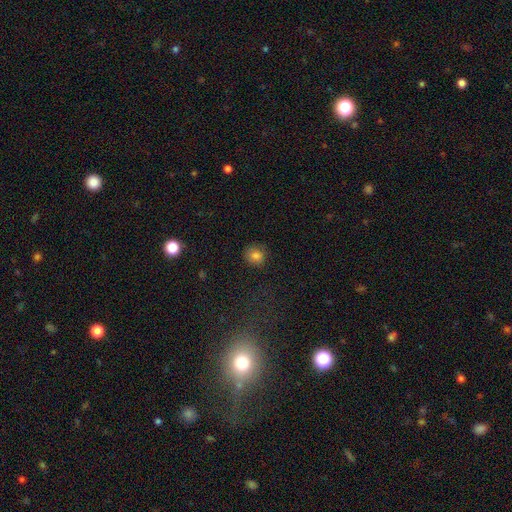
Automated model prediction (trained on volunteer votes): This is clearly a smooth galaxy (81%). How rounded: clearly round (84%). Merging: clearly none (84%).